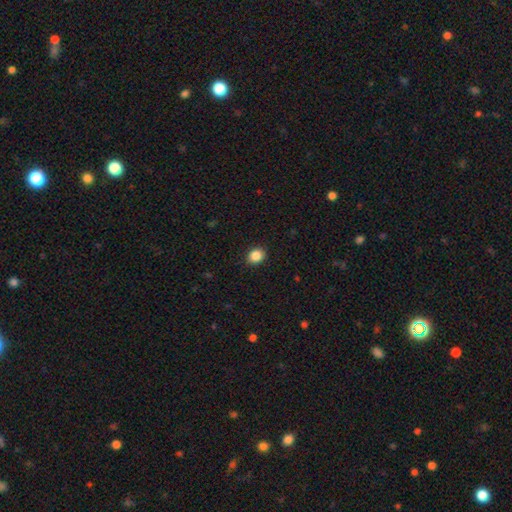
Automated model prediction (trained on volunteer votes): Smooth or featured?
  - smooth: 87% *
  - star or artifact: 10%
  - featured or disk: 4%
How rounded?
  - round: 60% *
  - in between: 39%
  - cigar-shaped: 1%
Merging?
  - none: 90% *
  - minor disturbance: 7%
  - major disturbance: 2%
  - merger: 1%